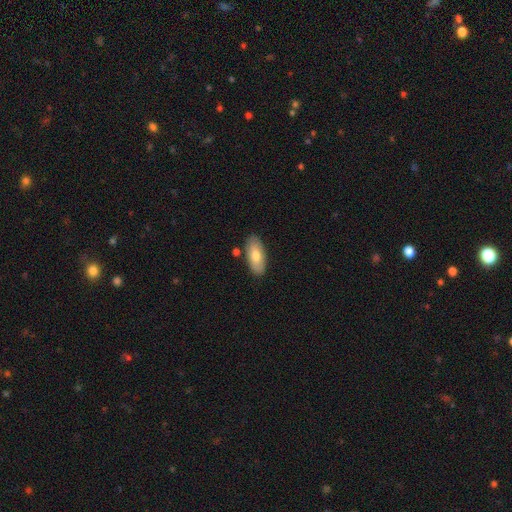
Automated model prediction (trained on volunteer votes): Q: Smooth or featured?
A: smooth (70%); runner-up: featured or disk (24%)
Q: How rounded?
A: in between (88%); runner-up: cigar-shaped (10%)
Q: Merging?
A: none (83%); runner-up: minor disturbance (11%)